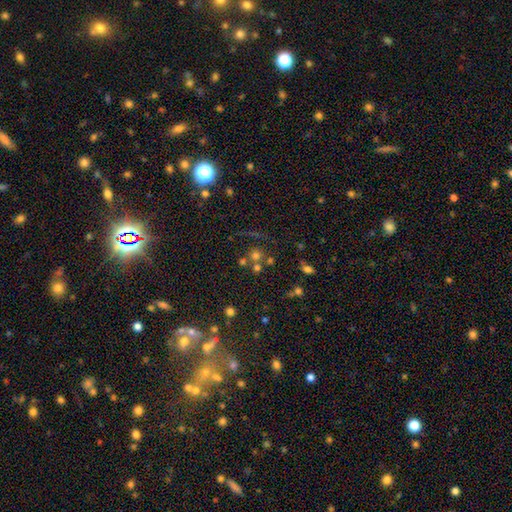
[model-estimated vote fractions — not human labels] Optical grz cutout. It shows a smooth galaxy with no disk features (59%) that is round (90%). Merging: none (54%).